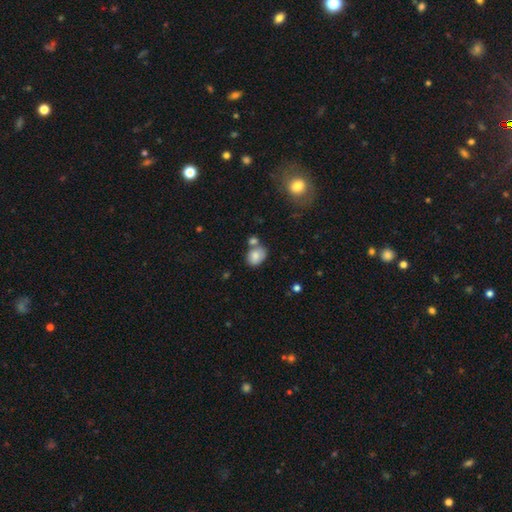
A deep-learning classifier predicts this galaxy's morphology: This appears to be a smooth galaxy with no disk features (78%) that is in between round and cigar-shaped (63%). Merging: none (49%).